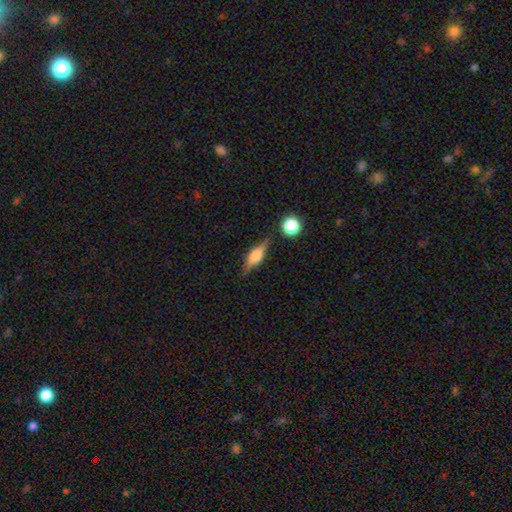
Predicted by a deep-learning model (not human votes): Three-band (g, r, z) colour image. It shows a featured or disk galaxy (47%). Merging: none (72%).